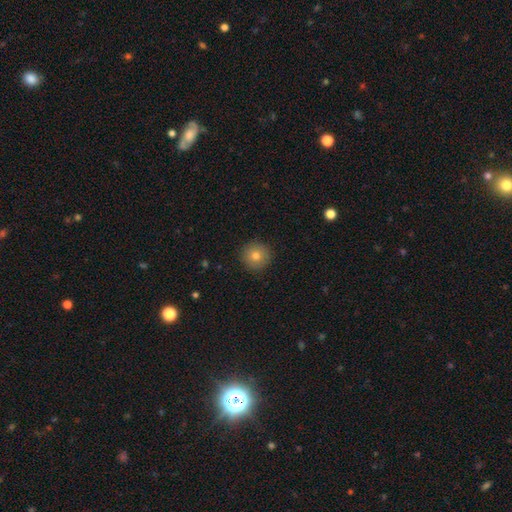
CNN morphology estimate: smooth_or_featured: smooth (p=0.78) [alt: featured or disk p=0.11]
how_rounded: round (p=0.95) [alt: in between p=0.04]
merging: none (p=0.92) [alt: minor disturbance p=0.05]